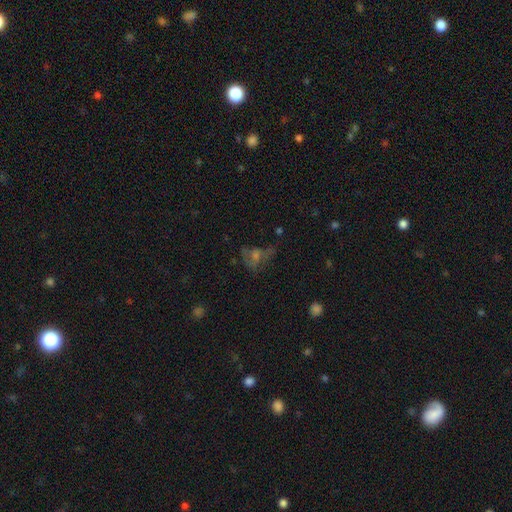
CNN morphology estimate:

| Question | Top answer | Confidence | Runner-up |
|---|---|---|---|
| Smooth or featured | star or artifact | 35% | featured or disk (32%) |